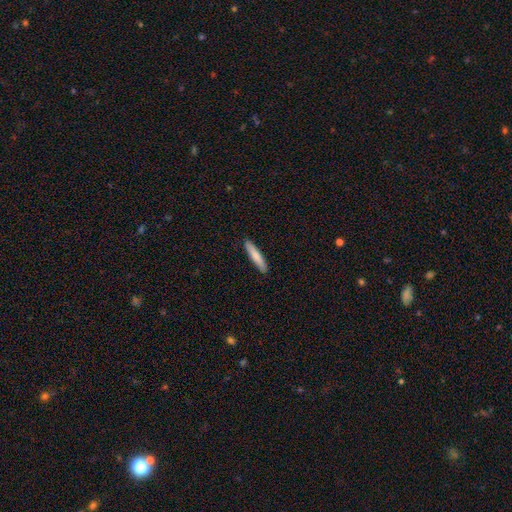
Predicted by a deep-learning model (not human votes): Smooth or featured? Predicted: smooth (p=0.81). How rounded? Predicted: cigar-shaped (p=0.91). Merging? Predicted: none (p=0.91).